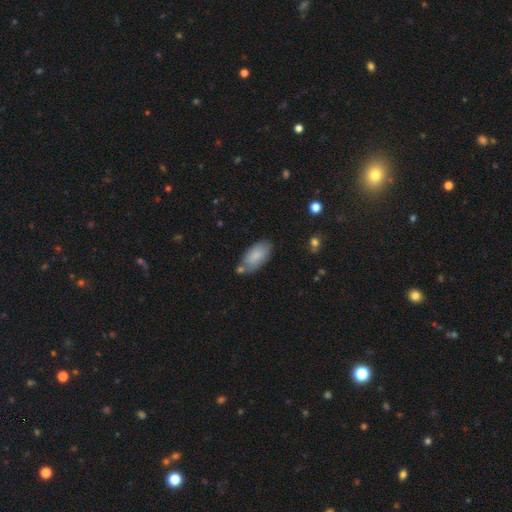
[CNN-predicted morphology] Overall: smooth (83%). How rounded: in between (92%). Merging: none (65%).